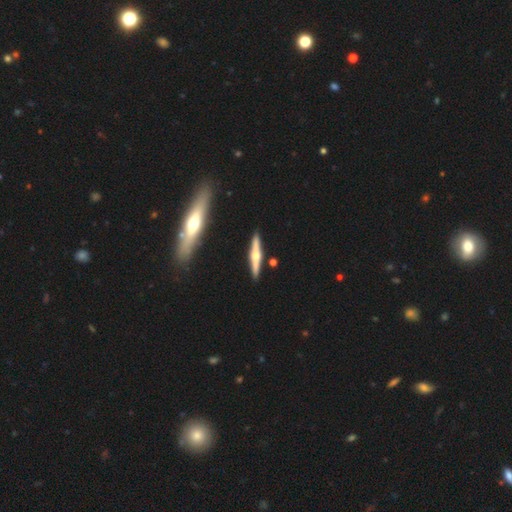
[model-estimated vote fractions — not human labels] Q: Smooth or featured?
A: featured or disk (71%); runner-up: smooth (24%)
Q: Edge-on disk?
A: yes (98%); runner-up: no (2%)
Q: Edge-on bulge?
A: rounded (92%); runner-up: boxy (5%)
Q: Merging?
A: none (89%); runner-up: minor disturbance (7%)